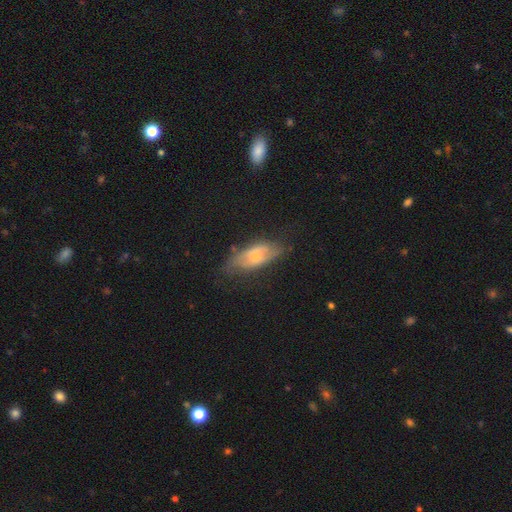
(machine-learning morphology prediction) This is possibly a featured or disk galaxy (47%). Merging: likely none (67%).